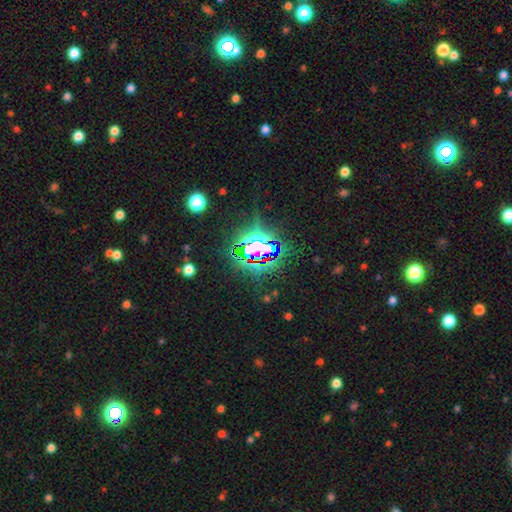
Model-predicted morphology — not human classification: A star or artifact, not a galaxy (84%).